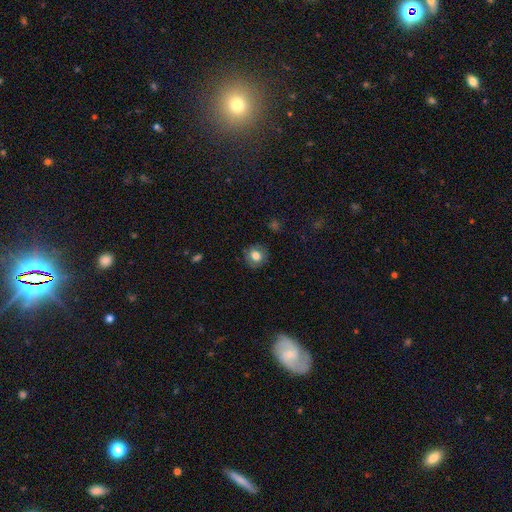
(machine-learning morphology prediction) Overall: smooth (76%). How rounded: round (85%). Merging: none (87%).